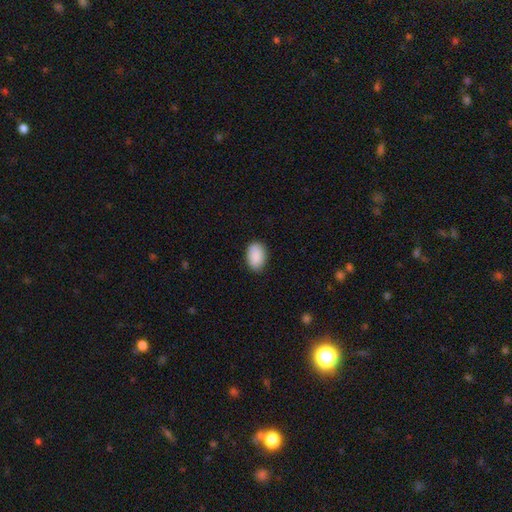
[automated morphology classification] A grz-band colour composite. It shows a smooth galaxy with no disk features (90%) that is in between round and cigar-shaped (89%). Merging: none (86%).